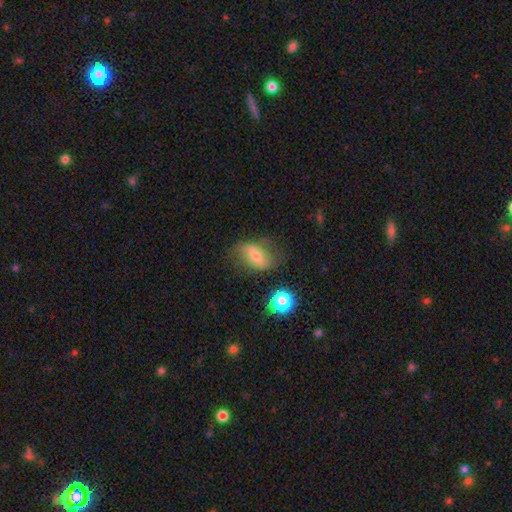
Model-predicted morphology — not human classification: A smooth galaxy with no disk features (51%) that is in between round and cigar-shaped (79%).

Vote fractions:
- Smooth or featured? smooth: 51% / featured or disk: 38% / star or artifact: 11%
- How rounded? in between: 79% / round: 15% / cigar-shaped: 6%
- Merging? none: 60% / minor disturbance: 24% / major disturbance: 13% / merger: 3%